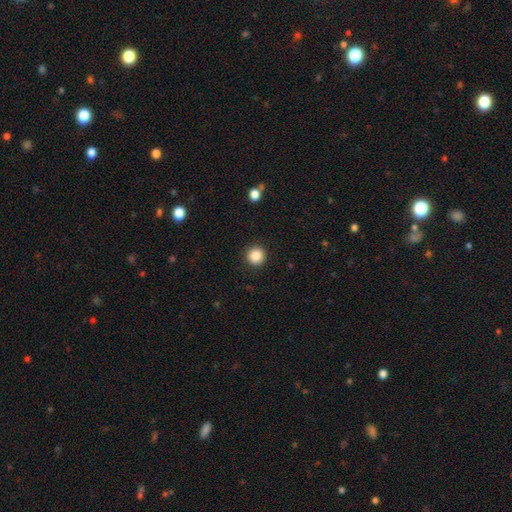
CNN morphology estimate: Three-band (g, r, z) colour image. It shows a smooth galaxy with no disk features (87%) that is round (95%). Merging: none (92%).